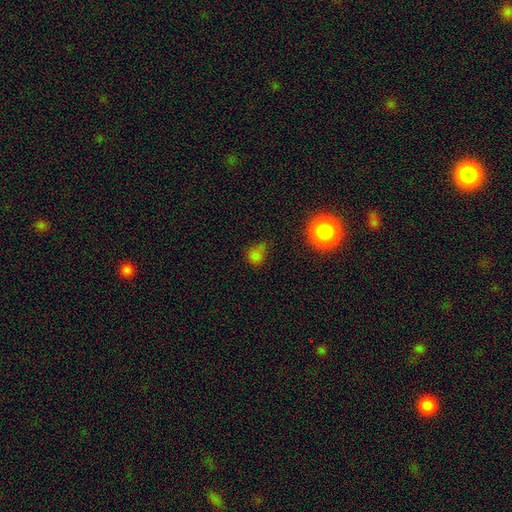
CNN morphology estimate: Smooth or featured: smooth — 68% (star or artifact — 25%)
How rounded: round — 66% (in between — 32%)
Merging: none — 51% (minor disturbance — 24%)